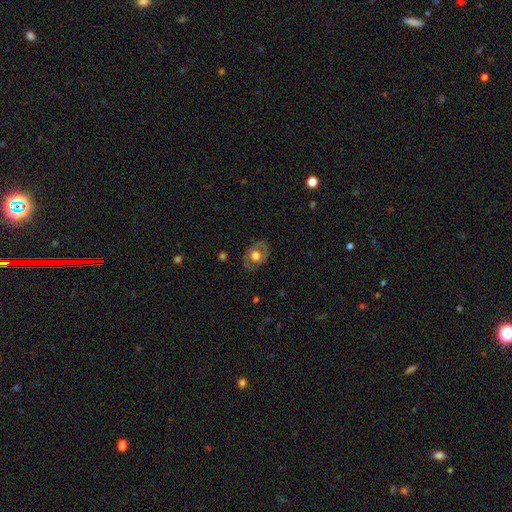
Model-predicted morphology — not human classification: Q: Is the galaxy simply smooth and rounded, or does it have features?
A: smooth — 49%.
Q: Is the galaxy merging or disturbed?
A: none — 75%.